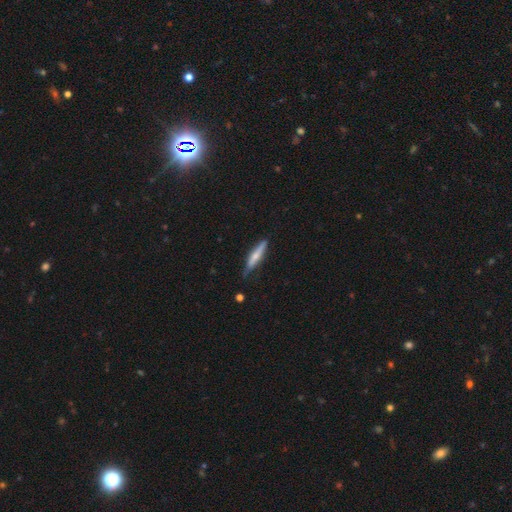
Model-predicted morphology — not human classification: smooth_or_featured: smooth (p=0.48) [alt: featured or disk p=0.46]
merging: none (p=0.70) [alt: minor disturbance p=0.24]